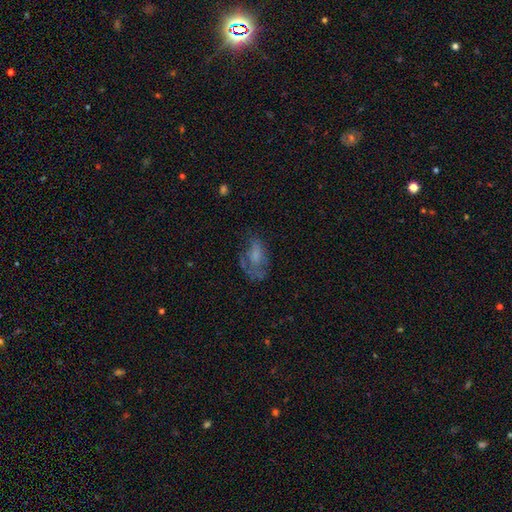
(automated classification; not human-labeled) A smooth galaxy with no disk features (48%).

Vote fractions:
- Smooth or featured? smooth: 48% / featured or disk: 39% / star or artifact: 12%
- Merging? none: 43% / major disturbance: 29% / minor disturbance: 25% / merger: 3%